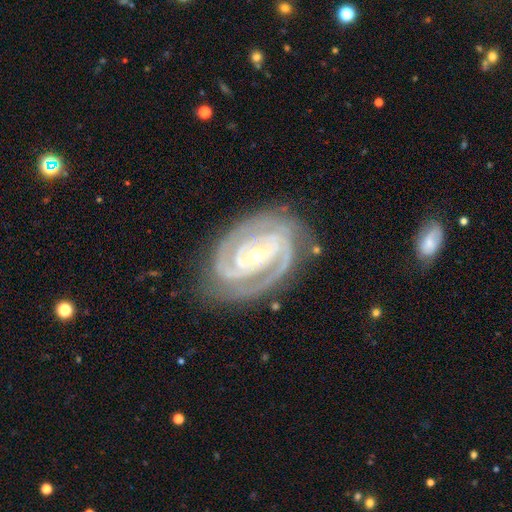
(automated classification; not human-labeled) smooth-or-featured: featured or disk: 92% | star or artifact: 4% | smooth: 3%
  disk-edge-on: no: 97% | yes: 3%
    bar: strong: 37% | weak: 33% | no: 31%
    has-spiral-arms: yes: 98% | no: 2%
      spiral-winding: tight: 75% | medium: 23% | loose: 3%
      spiral-arm-count: 2: 66% | 3: 20% | can't tell: 5% | 4: 4% | 1: 3% | more than 4: 3%
    bulge-size: small: 54% | moderate: 43% | large: 2% | none: 1% | dominant: 1%
  merging: none: 79% | minor disturbance: 14% | major disturbance: 5% | merger: 1%